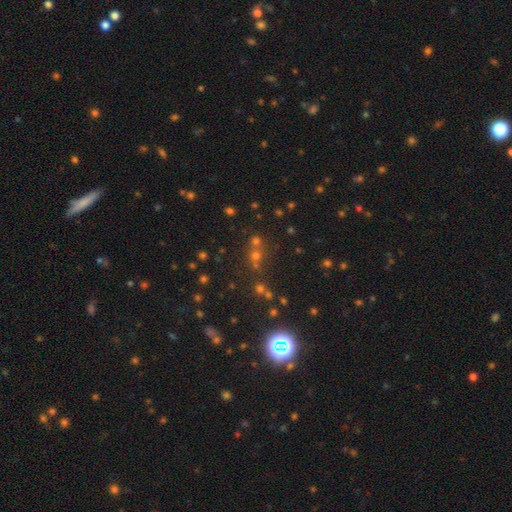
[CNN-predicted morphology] smooth_or_featured: star or artifact (p=0.51) [alt: smooth p=0.37]